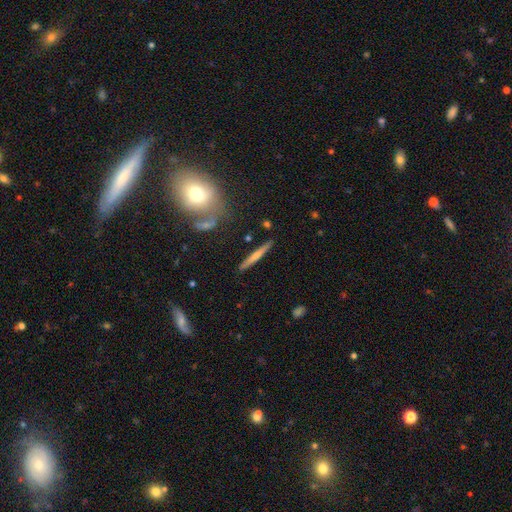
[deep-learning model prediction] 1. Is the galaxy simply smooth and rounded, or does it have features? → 49% smooth, 45% featured or disk, 6% star or artifact.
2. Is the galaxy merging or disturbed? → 87% none, 8% minor disturbance, 3% merger, 2% major disturbance.